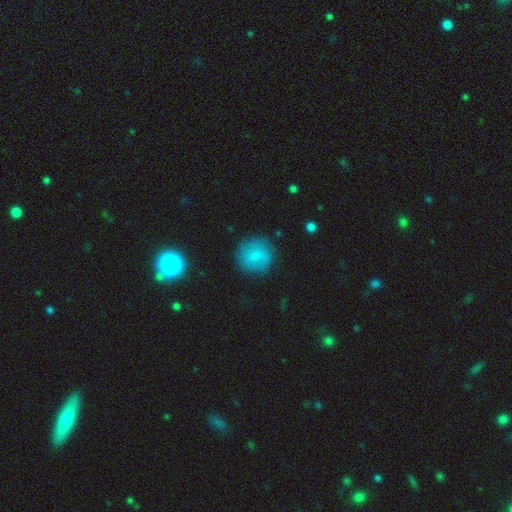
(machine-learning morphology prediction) This appears to be a smooth galaxy with no disk features (75%) that is round (91%). Merging: none (79%).